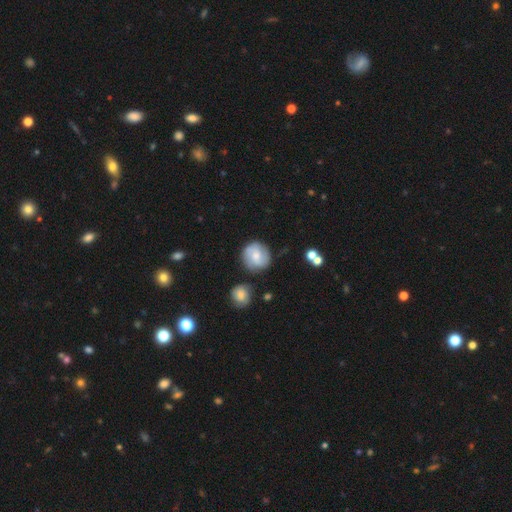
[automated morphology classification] smooth_or_featured: smooth (p=0.53) [alt: featured or disk p=0.40]
how_rounded: round (p=0.91) [alt: in between p=0.08]
merging: none (p=0.77) [alt: minor disturbance p=0.13]